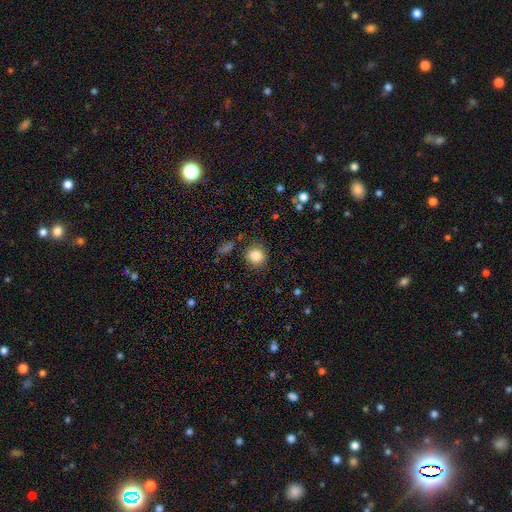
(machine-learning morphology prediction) This is clearly a smooth galaxy (84%). How rounded: clearly round (87%). Merging: clearly none (86%).